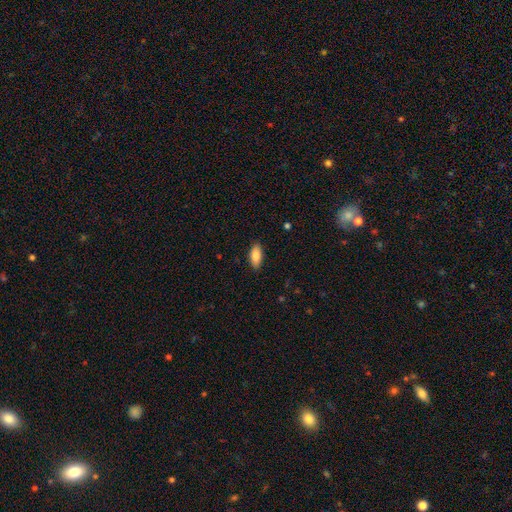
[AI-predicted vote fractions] smooth 86%, featured or disk 8%, star or artifact 6%. Down the decision tree: how rounded — in between (89%); merging — none (88%).